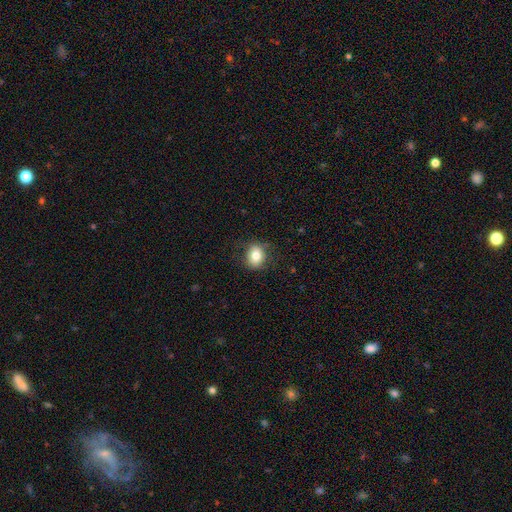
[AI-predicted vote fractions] The model was most divided on "how rounded": in between: 53%, round: 46%, cigar-shaped: 1%. More confident: merging — none (79%); smooth or featured — smooth (78%).